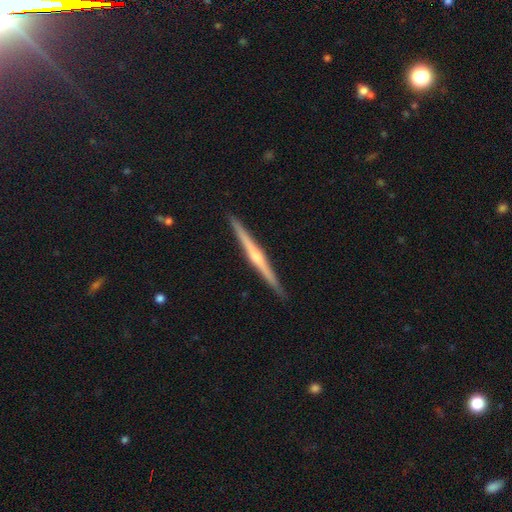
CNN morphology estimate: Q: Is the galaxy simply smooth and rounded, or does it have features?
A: featured or disk — 78%.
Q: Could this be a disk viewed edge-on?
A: yes — 98%.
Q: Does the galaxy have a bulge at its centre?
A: rounded — 77%.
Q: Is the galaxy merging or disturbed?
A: none — 92%.